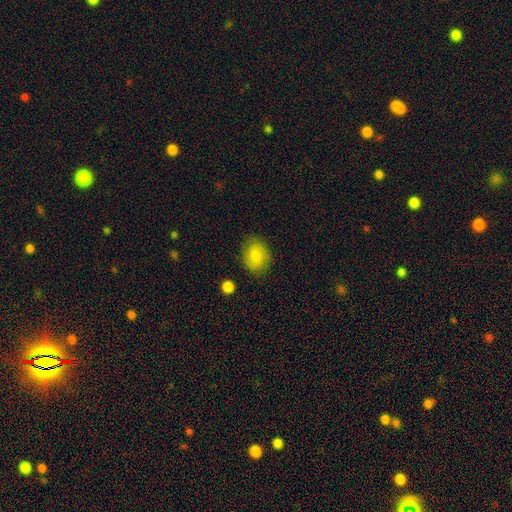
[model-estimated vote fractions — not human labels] Smooth or featured: smooth — 75% (featured or disk — 17%)
How rounded: in between — 60% (round — 39%)
Merging: none — 80% (minor disturbance — 14%)